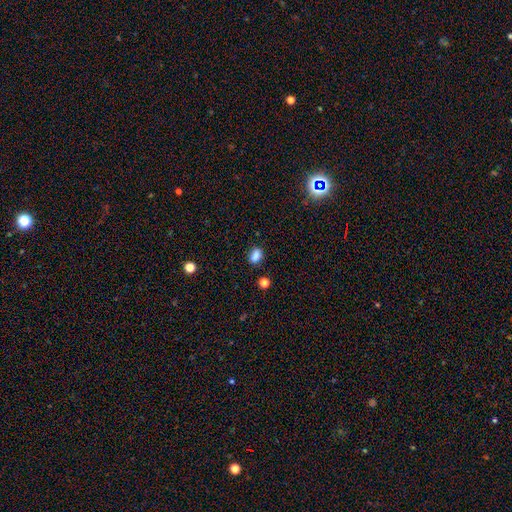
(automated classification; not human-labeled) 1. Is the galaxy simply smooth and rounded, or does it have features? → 83% smooth, 12% star or artifact, 5% featured or disk.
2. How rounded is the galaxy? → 78% in between, 20% round, 2% cigar-shaped.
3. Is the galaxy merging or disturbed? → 78% none, 14% minor disturbance, 5% merger, 3% major disturbance.